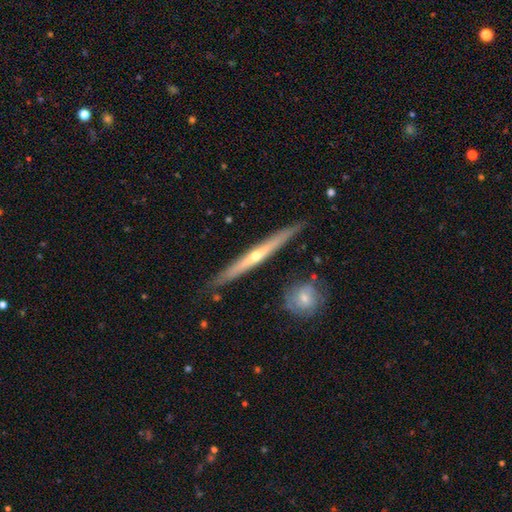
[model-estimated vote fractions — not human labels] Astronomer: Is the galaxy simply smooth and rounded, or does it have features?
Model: featured or disk — 71%.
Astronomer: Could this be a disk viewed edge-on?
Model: yes — 95%.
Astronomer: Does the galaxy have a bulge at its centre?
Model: rounded — 70%.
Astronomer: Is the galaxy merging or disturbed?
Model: none — 86%.